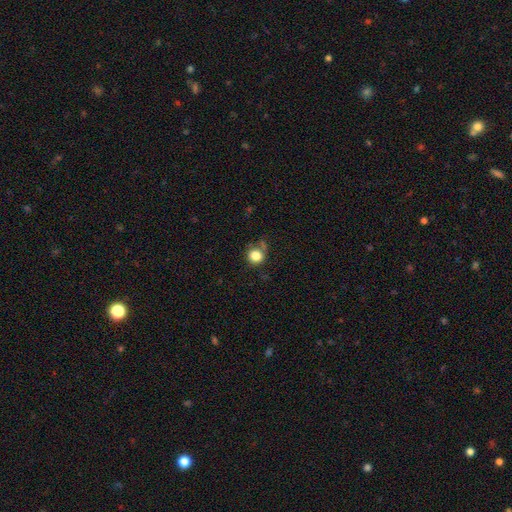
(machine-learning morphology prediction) This is clearly a smooth galaxy (83%). How rounded: clearly round (84%). Merging: likely none (61%).